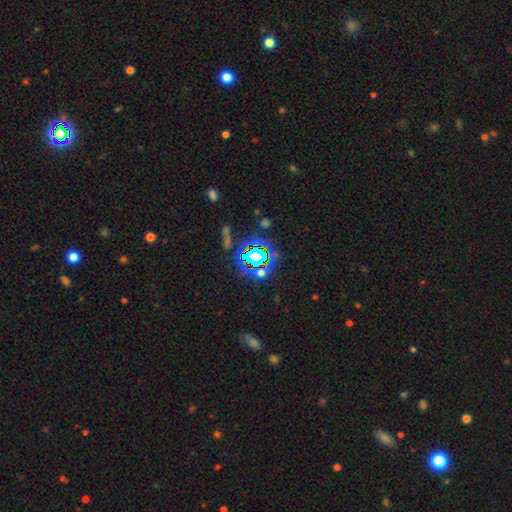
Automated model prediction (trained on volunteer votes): smooth_or_featured: star or artifact (p=0.70) [alt: smooth p=0.18]